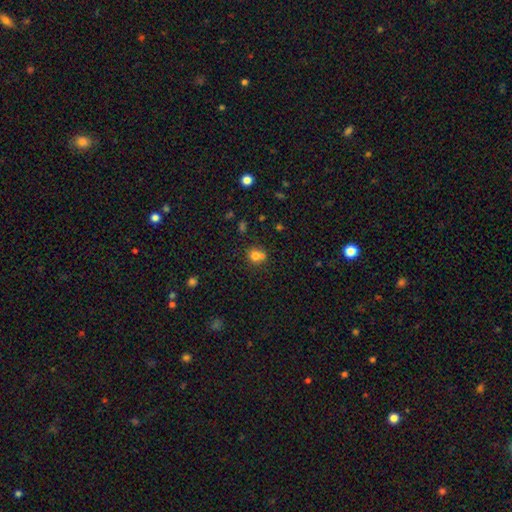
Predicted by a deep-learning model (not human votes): This is likely a smooth galaxy (76%). How rounded: likely round (73%). Merging: marginally none (43%).